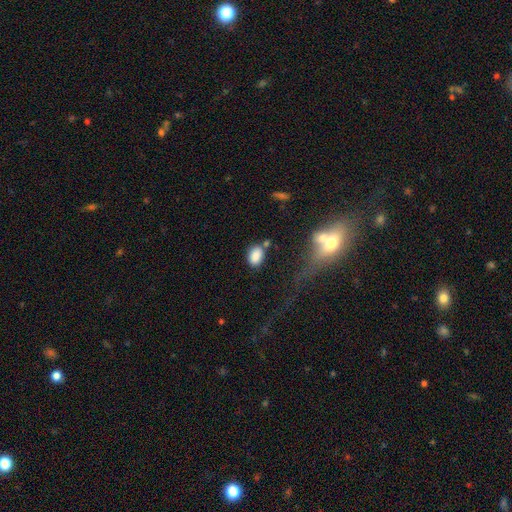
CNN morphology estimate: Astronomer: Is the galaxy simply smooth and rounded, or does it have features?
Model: smooth — 86%.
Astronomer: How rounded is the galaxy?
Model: in between — 80%.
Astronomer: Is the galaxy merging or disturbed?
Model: none — 61%.